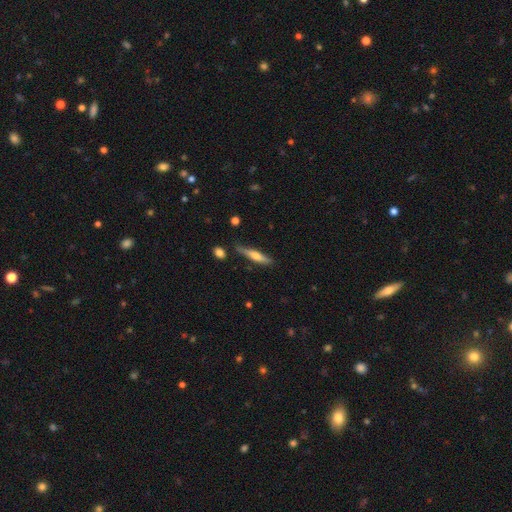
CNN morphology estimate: Overall: featured or disk (48%; smooth 46%). Merging: none (76%).